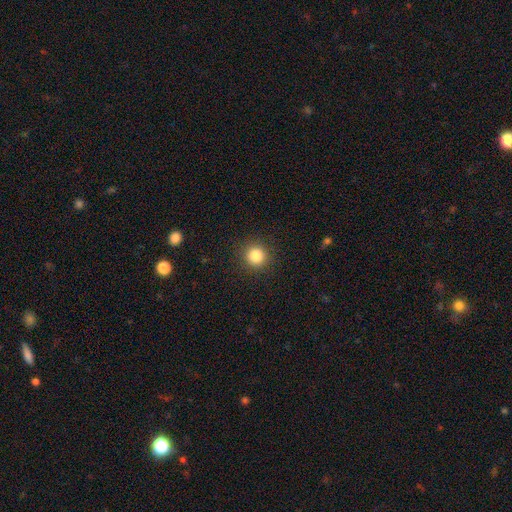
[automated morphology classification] Smooth or featured? smooth (84%)
How rounded? round (93%)
Merging? none (91%)